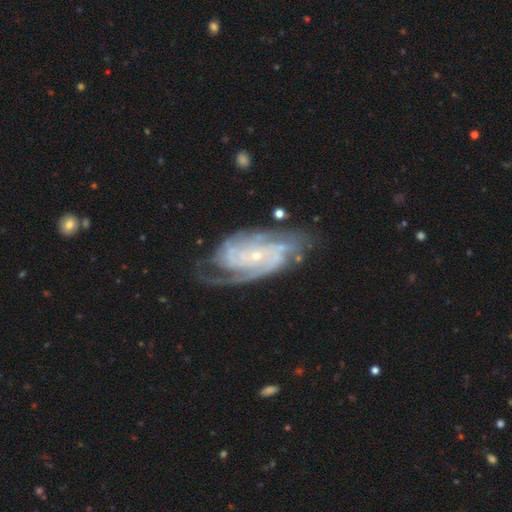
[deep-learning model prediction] Smooth or featured? Predicted: featured or disk (p=0.90). Edge-on disk? Predicted: no (p=0.96). Bar? Predicted: no (p=0.65). Spiral arms? Predicted: yes (p=0.98). Spiral winding? Predicted: tight (p=0.66). Spiral arm count? Predicted: 3 (p=0.27). Bulge size? Predicted: small (p=0.82). Merging? Predicted: none (p=0.71).